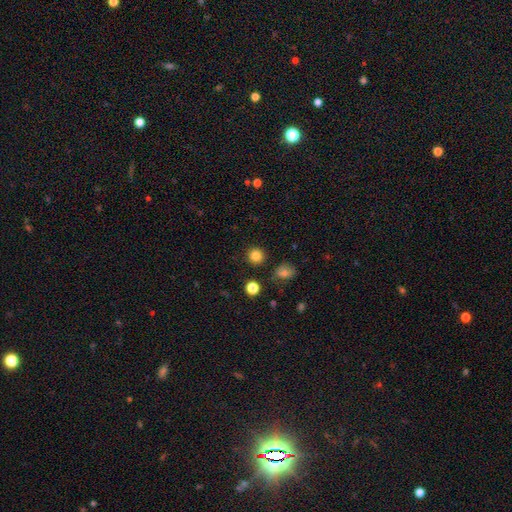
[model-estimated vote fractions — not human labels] Smooth or featured? Predicted: smooth (p=0.84). How rounded? Predicted: round (p=0.93). Merging? Predicted: none (p=0.90).